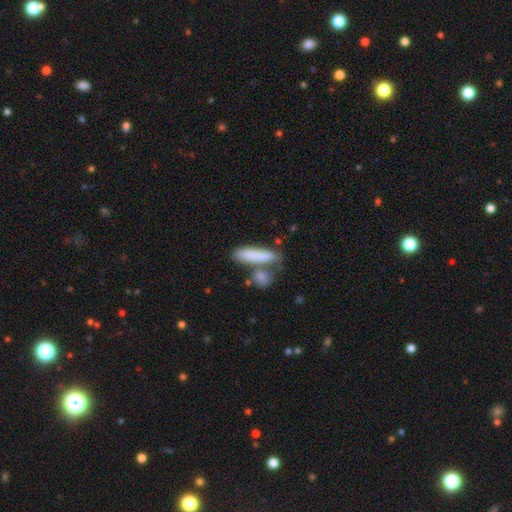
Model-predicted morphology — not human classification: The model was most divided on "merging": none: 55%, merger: 25%, minor disturbance: 15%, major disturbance: 6%. More confident: smooth or featured — smooth (81%); how rounded — cigar-shaped (71%).